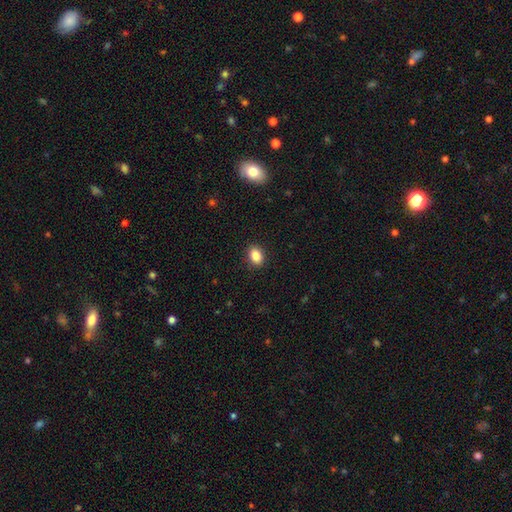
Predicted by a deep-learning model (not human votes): Smooth or featured? Predicted: smooth (p=0.86). How rounded? Predicted: in between (p=0.74). Merging? Predicted: none (p=0.89).